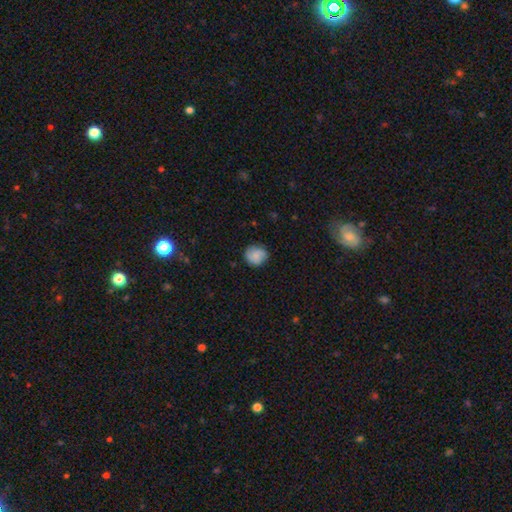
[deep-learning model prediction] smooth 76%, featured or disk 16%, star or artifact 8%. Down the decision tree: how rounded — round (85%); merging — none (82%).